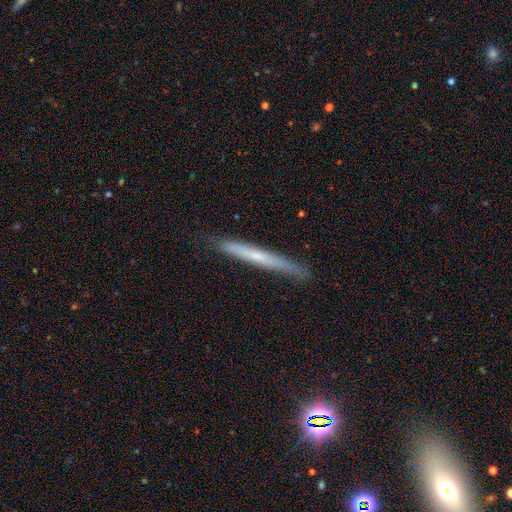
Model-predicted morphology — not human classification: featured or disk 47%, smooth 46%, star or artifact 7%. Down the decision tree: merging — none (82%).